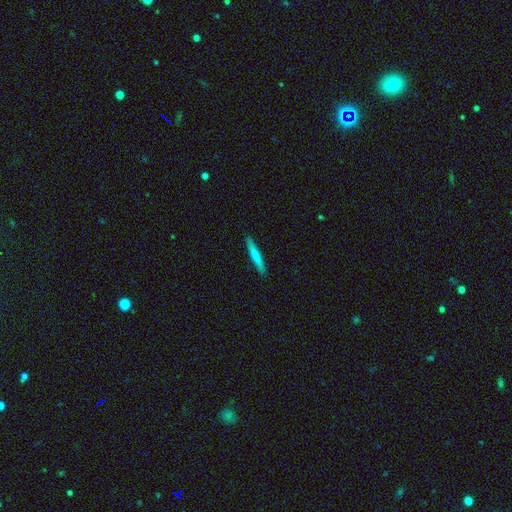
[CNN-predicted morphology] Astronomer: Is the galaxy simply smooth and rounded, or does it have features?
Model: smooth — 55% (runner-up: featured or disk, 40%).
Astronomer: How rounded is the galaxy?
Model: cigar-shaped — 94%.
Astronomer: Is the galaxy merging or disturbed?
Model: none — 91%.